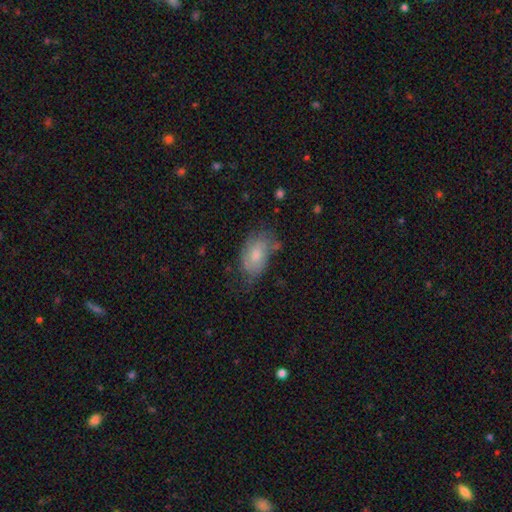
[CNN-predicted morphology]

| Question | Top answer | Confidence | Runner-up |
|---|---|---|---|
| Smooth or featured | smooth | 53% | featured or disk (37%) |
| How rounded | in between | 88% | round (10%) |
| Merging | none | 56% | minor disturbance (30%) |